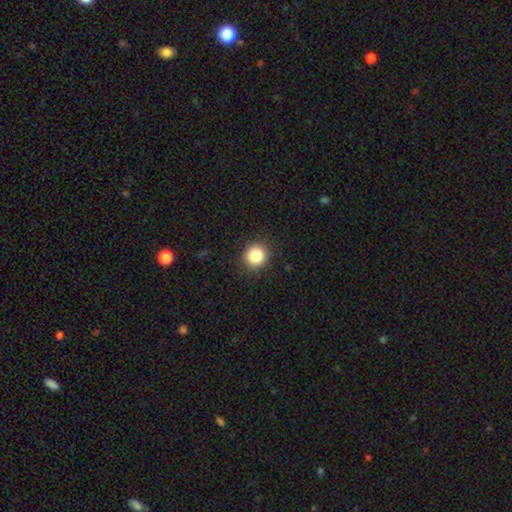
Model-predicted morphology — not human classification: Smooth or featured? Predicted: smooth (p=0.84). How rounded? Predicted: round (p=0.91). Merging? Predicted: none (p=0.91).